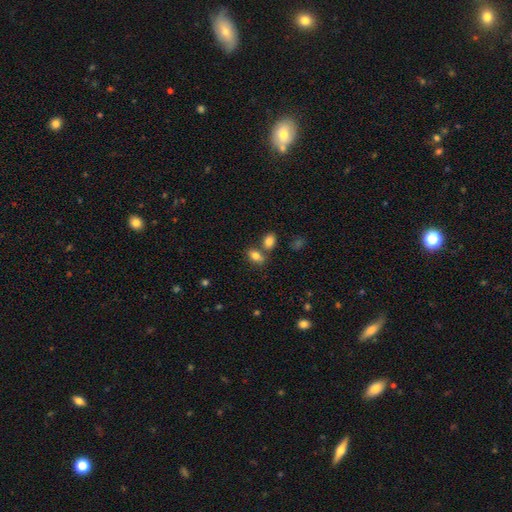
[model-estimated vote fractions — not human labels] smooth 81%, featured or disk 9%, star or artifact 9%. Down the decision tree: how rounded — in between (84%); merging — none (57%).